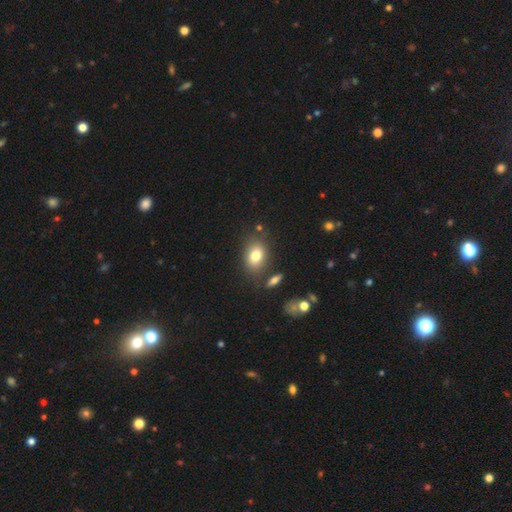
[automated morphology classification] smooth-or-featured: smooth: 79% | featured or disk: 11% | star or artifact: 10%
  how-rounded: in between: 71% | round: 28% | cigar-shaped: 2%
  merging: none: 76% | minor disturbance: 13% | merger: 7% | major disturbance: 4%